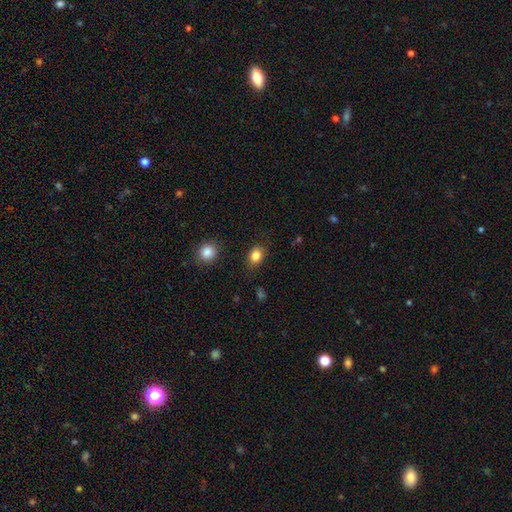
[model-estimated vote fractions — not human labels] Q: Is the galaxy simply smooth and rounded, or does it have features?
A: smooth — 84%.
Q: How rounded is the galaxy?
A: in between — 57%.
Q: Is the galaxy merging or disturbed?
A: none — 83%.